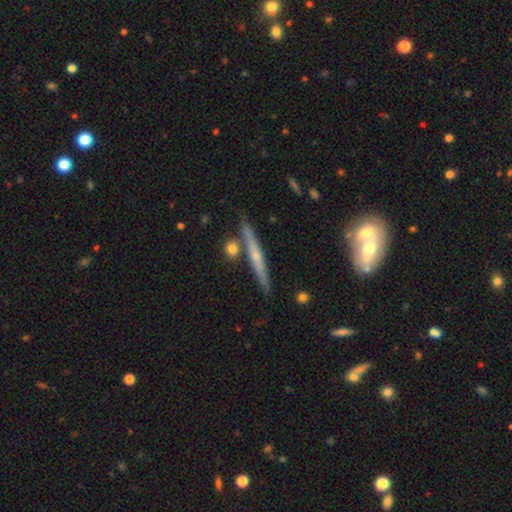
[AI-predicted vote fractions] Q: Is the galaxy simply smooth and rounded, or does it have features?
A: featured or disk — 59%.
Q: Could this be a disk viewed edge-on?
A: yes — 96%.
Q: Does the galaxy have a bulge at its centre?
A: rounded — 48%.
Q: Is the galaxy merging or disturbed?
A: none — 84%.